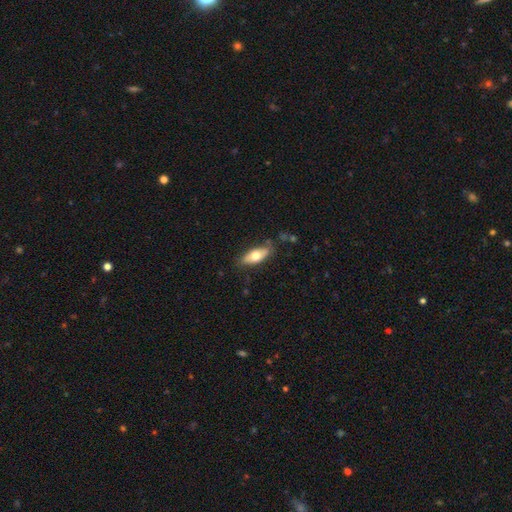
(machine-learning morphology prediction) smooth-or-featured: smooth: 66% | featured or disk: 28% | star or artifact: 6%
  how-rounded: in between: 79% | cigar-shaped: 19% | round: 3%
  merging: none: 78% | minor disturbance: 16% | major disturbance: 3% | merger: 2%